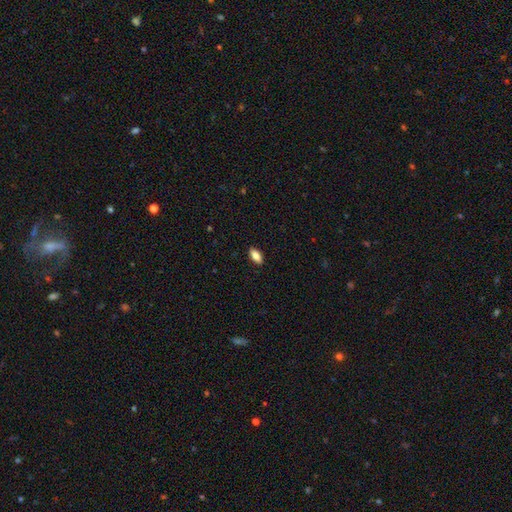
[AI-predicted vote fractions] A smooth galaxy with no disk features (82%) that is in between round and cigar-shaped (88%). Merging: none (89%).